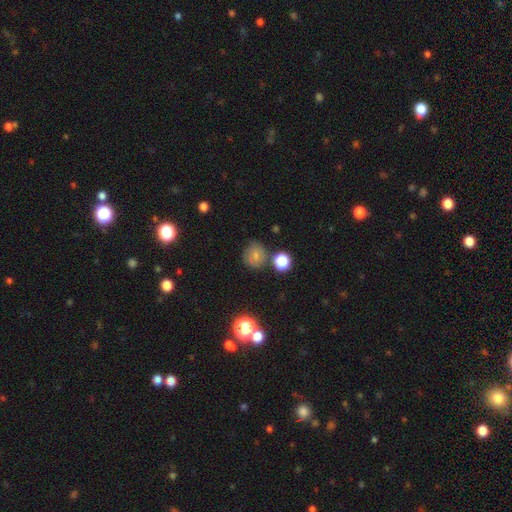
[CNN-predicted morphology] Smooth or featured? Predicted: smooth (p=0.62). How rounded? Predicted: round (p=0.83). Merging? Predicted: none (p=0.73).